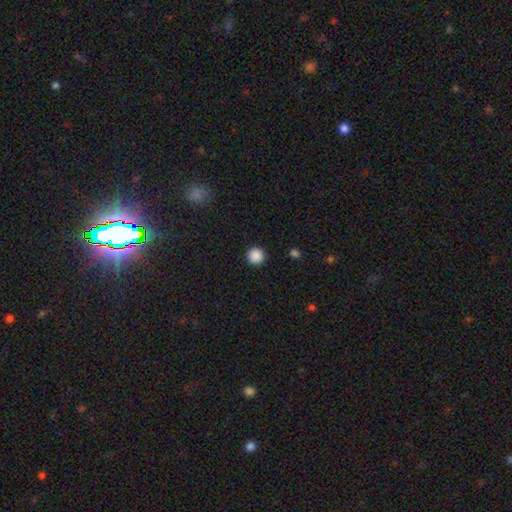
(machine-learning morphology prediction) smooth-or-featured: smooth: 88% | star or artifact: 10% | featured or disk: 2%
  how-rounded: round: 96% | in between: 3% | cigar-shaped: 1%
  merging: none: 93% | minor disturbance: 5% | major disturbance: 2% | merger: 1%